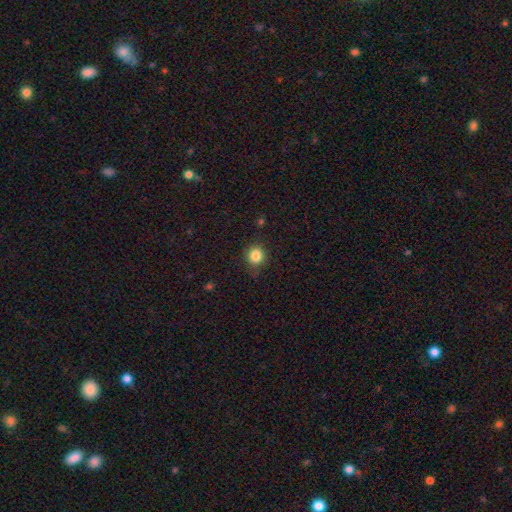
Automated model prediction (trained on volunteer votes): Smooth or featured: smooth — 84% (star or artifact — 11%)
How rounded: round — 85% (in between — 14%)
Merging: none — 81% (minor disturbance — 14%)